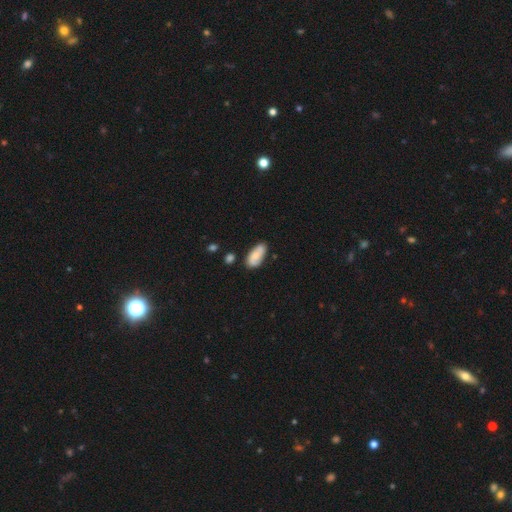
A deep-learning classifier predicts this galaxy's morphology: A smooth galaxy with no disk features (67%) that is in between round and cigar-shaped (89%).

Vote fractions:
- Smooth or featured? smooth: 67% / featured or disk: 26% / star or artifact: 7%
- How rounded? in between: 89% / cigar-shaped: 8% / round: 3%
- Merging? none: 66% / minor disturbance: 23% / merger: 6% / major disturbance: 5%